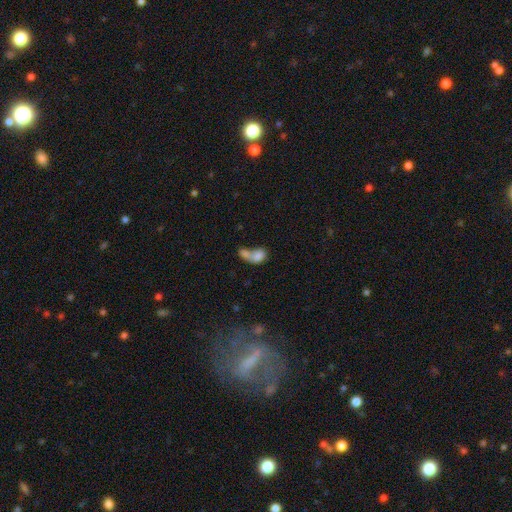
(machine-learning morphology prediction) Q: Smooth or featured?
A: smooth (74%); runner-up: featured or disk (16%)
Q: How rounded?
A: in between (70%); runner-up: round (27%)
Q: Merging?
A: merger (71%); runner-up: none (15%)